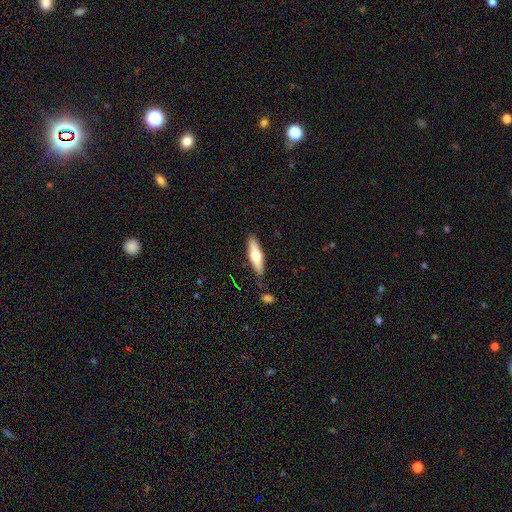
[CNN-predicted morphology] A smooth galaxy with no disk features (50%).

Vote fractions:
- Smooth or featured? smooth: 50% / featured or disk: 45% / star or artifact: 6%
- Merging? none: 85% / minor disturbance: 10% / merger: 3% / major disturbance: 2%